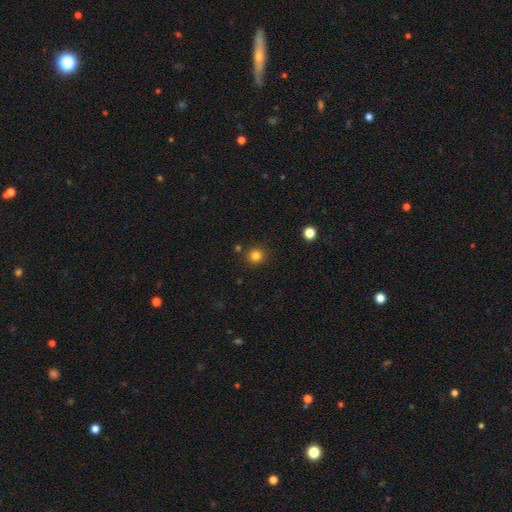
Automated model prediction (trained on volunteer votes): Smooth or featured? Predicted: smooth (p=0.82). How rounded? Predicted: round (p=0.93). Merging? Predicted: none (p=0.87).